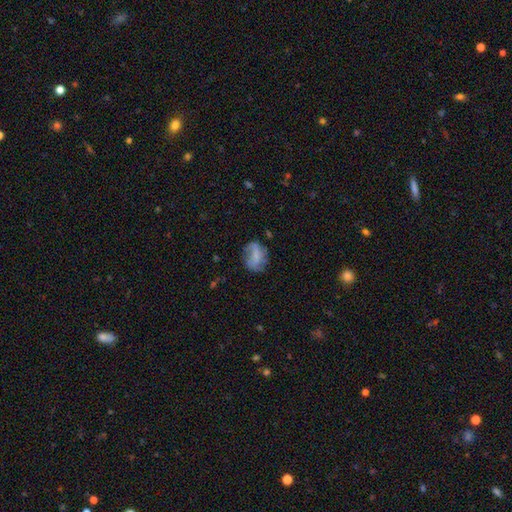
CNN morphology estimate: smooth-or-featured: smooth: 48% | featured or disk: 41% | star or artifact: 10%
  merging: none: 50% | minor disturbance: 27% | major disturbance: 20% | merger: 3%